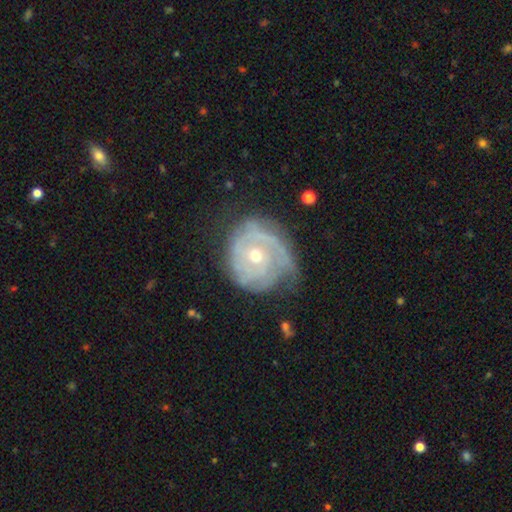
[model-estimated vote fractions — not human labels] Smooth or featured: featured or disk — 78% (smooth — 16%)
Edge-on disk: no — 97% (yes — 3%)
Bar: no — 81% (weak — 16%)
Spiral arms: yes — 85% (no — 15%)
Spiral winding: tight — 70% (medium — 22%)
Spiral arm count: can't tell — 43% (2 — 21%)
Bulge size: small — 49% (moderate — 48%)
Merging: none — 53% (minor disturbance — 30%)